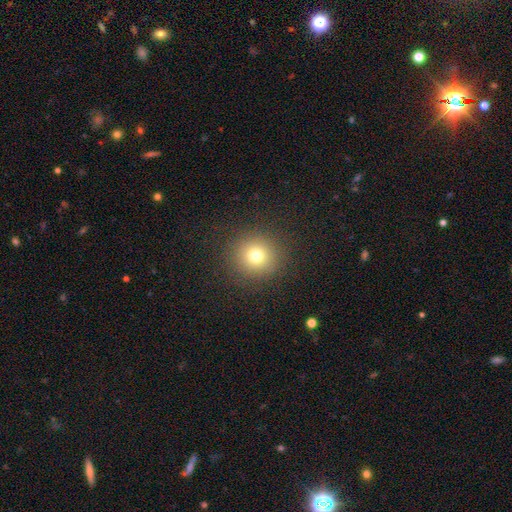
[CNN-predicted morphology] Smooth or featured?
  - smooth: 75% *
  - star or artifact: 16%
  - featured or disk: 9%
How rounded?
  - round: 94% *
  - in between: 5%
  - cigar-shaped: 1%
Merging?
  - none: 90% *
  - minor disturbance: 6%
  - major disturbance: 3%
  - merger: 1%